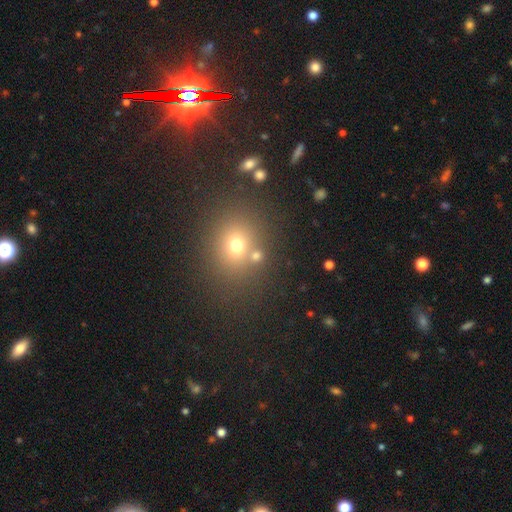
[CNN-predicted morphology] smooth_or_featured: smooth (p=0.70) [alt: star or artifact p=0.21]
how_rounded: round (p=0.72) [alt: in between p=0.27]
merging: none (p=0.71) [alt: merger p=0.15]